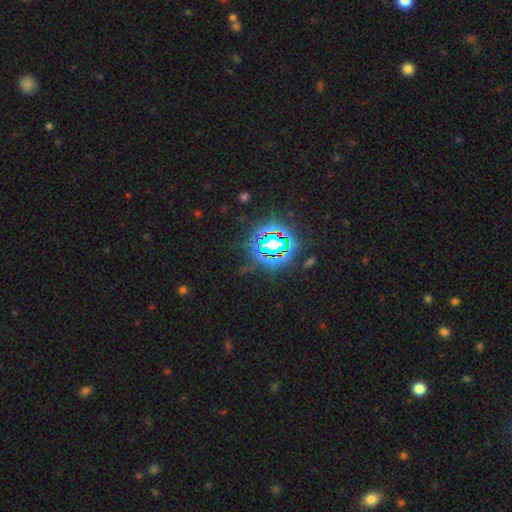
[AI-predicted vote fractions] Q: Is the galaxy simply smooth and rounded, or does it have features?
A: star or artifact — 84%.